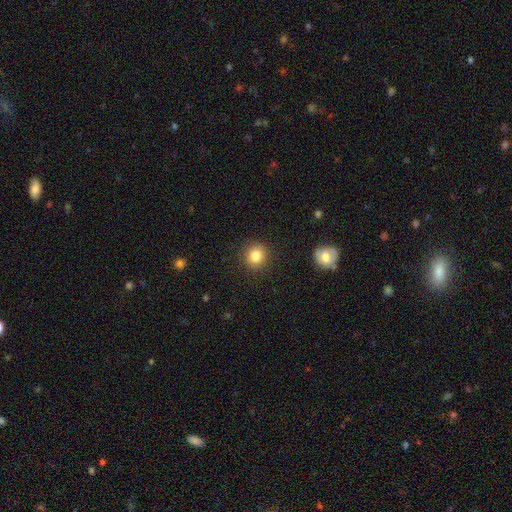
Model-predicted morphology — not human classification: Smooth or featured? Predicted: smooth (p=0.83). How rounded? Predicted: round (p=0.87). Merging? Predicted: none (p=0.90).